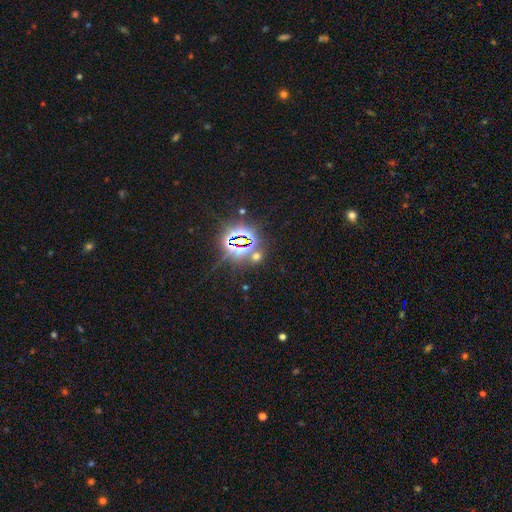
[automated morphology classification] A star or artifact, not a galaxy (65%).